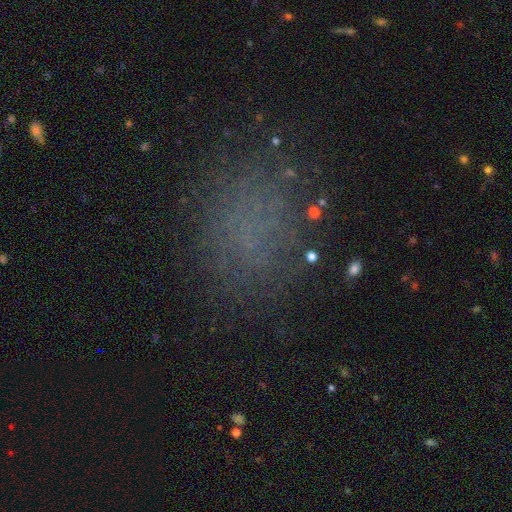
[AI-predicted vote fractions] smooth-or-featured: smooth: 45% | star or artifact: 32% | featured or disk: 24%
  merging: none: 71% | minor disturbance: 15% | major disturbance: 12% | merger: 2%